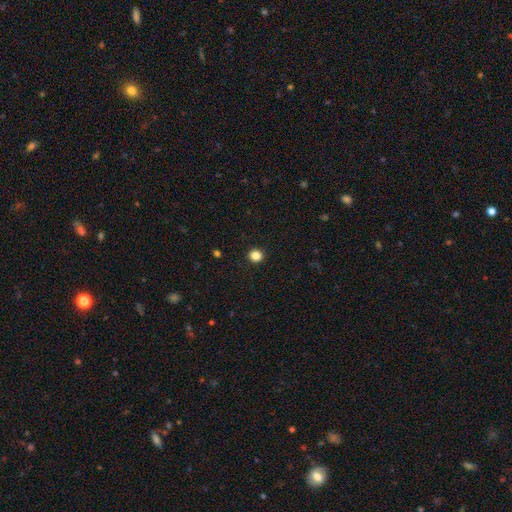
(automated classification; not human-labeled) Morphology: type=smooth (85%); roundness=round (90%); merging=none (93%).